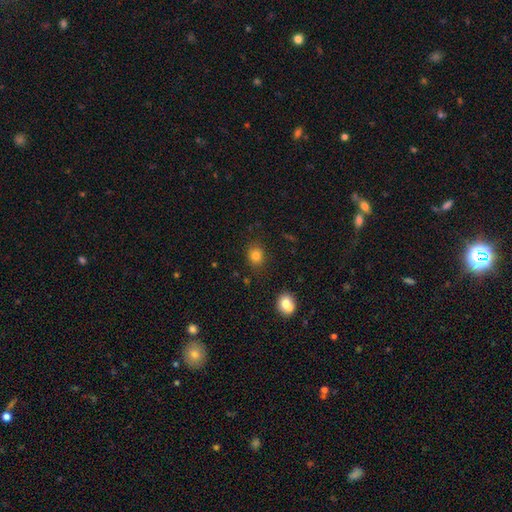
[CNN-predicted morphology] This appears to be a smooth galaxy with no disk features (82%) that is round (68%). Merging: none (84%).